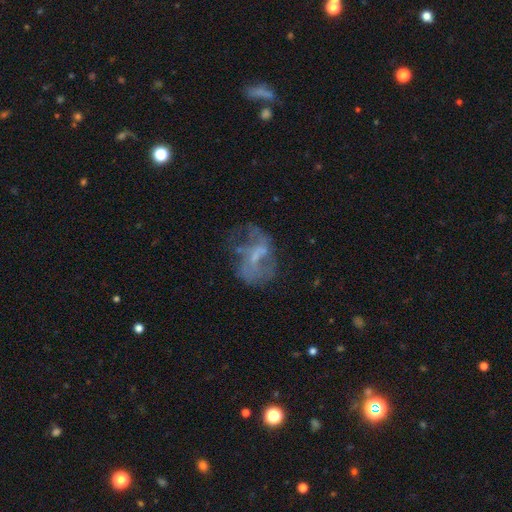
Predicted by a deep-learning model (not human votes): featured or disk 63%, smooth 23%, star or artifact 14%. Down the decision tree: edge-on disk — no (97%); bar — no (48%); spiral arms — no (60%); bulge size — small (43%); merging — none (40%).